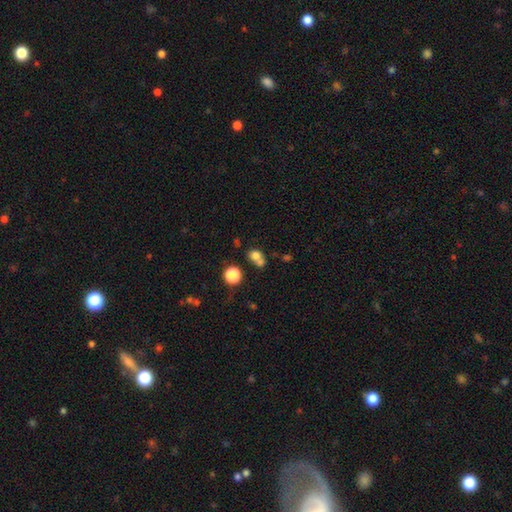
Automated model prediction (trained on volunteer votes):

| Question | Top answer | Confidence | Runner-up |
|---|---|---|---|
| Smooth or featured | smooth | 74% | star or artifact (15%) |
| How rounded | round | 68% | in between (31%) |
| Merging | merger | 45% | none (40%) |